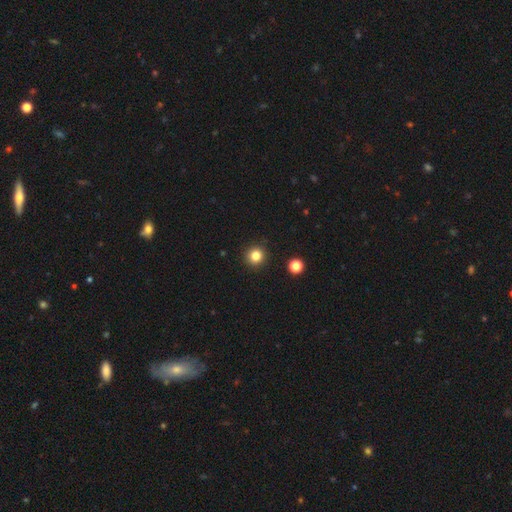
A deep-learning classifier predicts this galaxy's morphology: smooth-or-featured: smooth: 82% | star or artifact: 13% | featured or disk: 5%
  how-rounded: round: 93% | in between: 6% | cigar-shaped: 1%
  merging: none: 92% | minor disturbance: 5% | major disturbance: 2% | merger: 1%